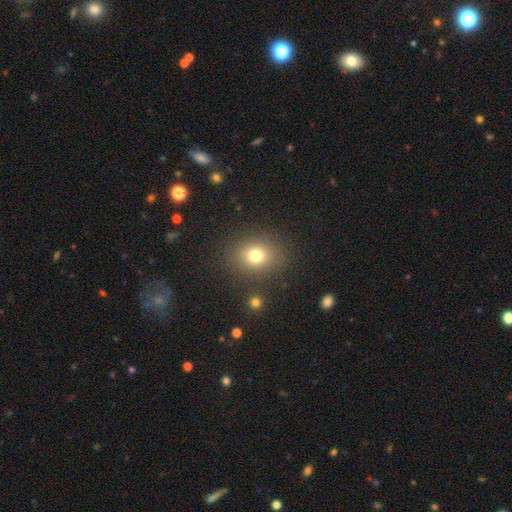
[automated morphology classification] smooth_or_featured: smooth (p=0.75) [alt: star or artifact p=0.15]
how_rounded: round (p=0.64) [alt: in between p=0.35]
merging: none (p=0.83) [alt: minor disturbance p=0.10]